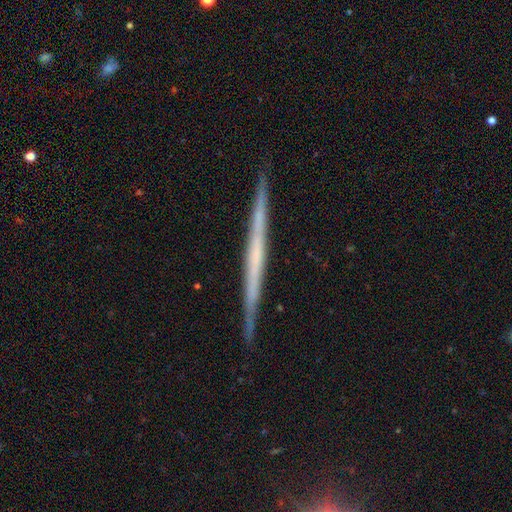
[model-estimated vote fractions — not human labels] Morphology: type=featured or disk (65%); edge-on=yes (98%); edge-on bulge=none (87%); merging=none (91%).